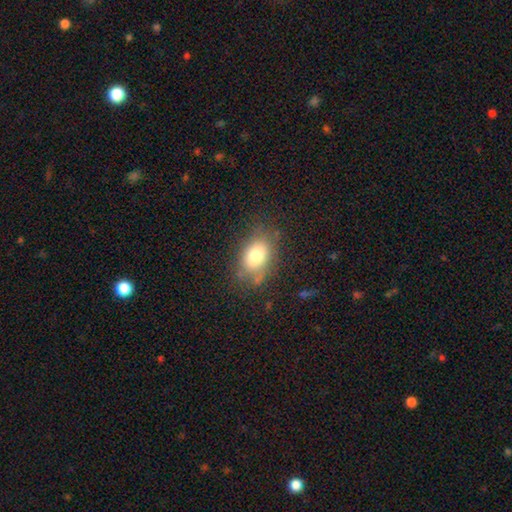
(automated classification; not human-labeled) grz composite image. It shows a smooth galaxy with no disk features (76%) that is in between round and cigar-shaped (82%). Merging: none (66%).